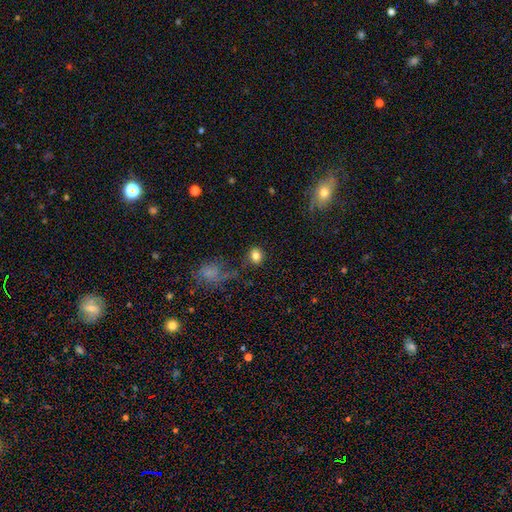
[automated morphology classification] Smooth or featured?
  - smooth: 82% *
  - star or artifact: 11%
  - featured or disk: 7%
How rounded?
  - round: 69% *
  - in between: 30%
  - cigar-shaped: 1%
Merging?
  - none: 82% *
  - minor disturbance: 10%
  - major disturbance: 4%
  - merger: 4%